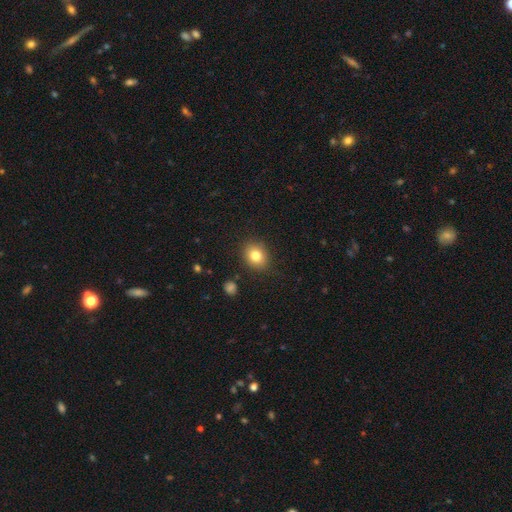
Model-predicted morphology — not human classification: Overall: smooth (80%). How rounded: round (58%; in between 41%). Merging: none (86%).